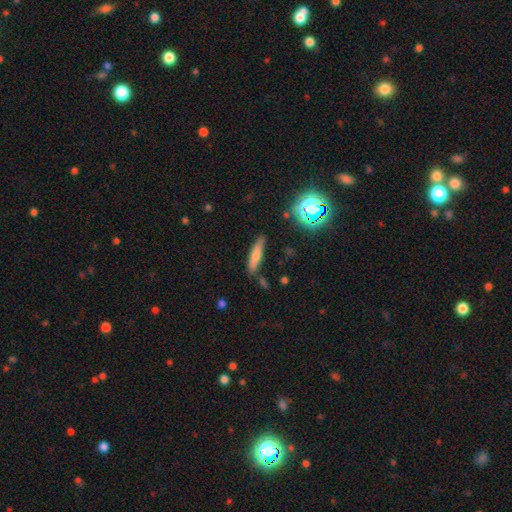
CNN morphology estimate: Smooth or featured? Predicted: smooth (p=0.67). How rounded? Predicted: cigar-shaped (p=0.79). Merging? Predicted: none (p=0.80).